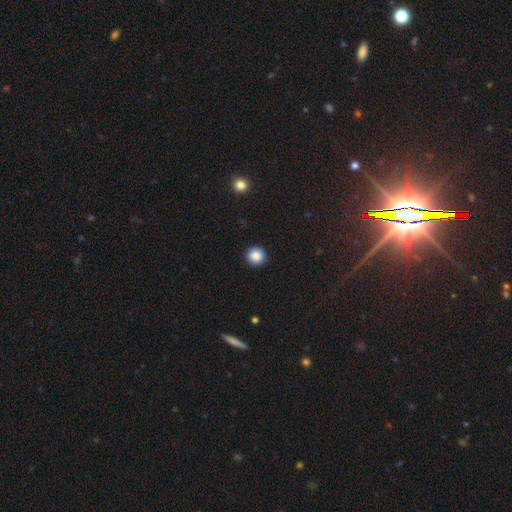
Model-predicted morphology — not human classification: Smooth or featured?
  - smooth: 87% *
  - star or artifact: 9%
  - featured or disk: 4%
How rounded?
  - round: 96% *
  - in between: 3%
  - cigar-shaped: 1%
Merging?
  - none: 93% *
  - minor disturbance: 4%
  - major disturbance: 2%
  - merger: 1%